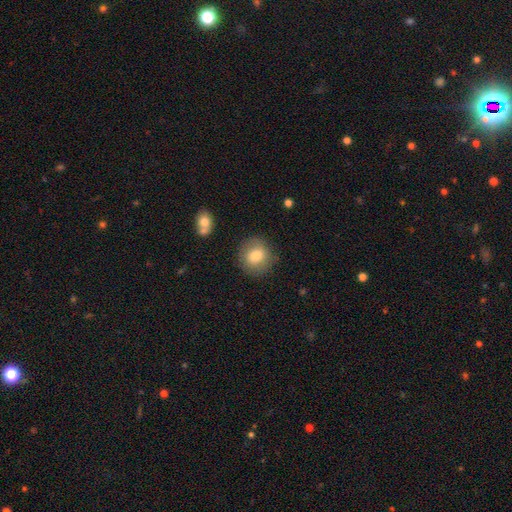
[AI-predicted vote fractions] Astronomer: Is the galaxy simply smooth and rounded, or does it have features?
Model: smooth — 79%.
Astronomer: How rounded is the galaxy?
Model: round — 89%.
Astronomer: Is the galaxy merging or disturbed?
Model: none — 86%.